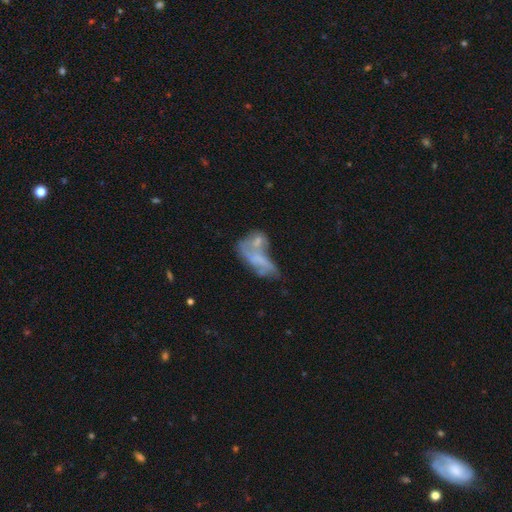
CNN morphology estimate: A featured or disk galaxy (47%). Merging: merger (46%).